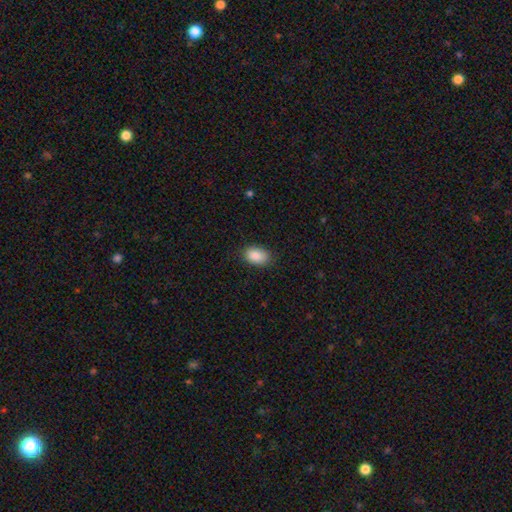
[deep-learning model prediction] A smooth galaxy with no disk features (89%) that is in between round and cigar-shaped (89%).

Vote fractions:
- Smooth or featured? smooth: 89% / star or artifact: 7% / featured or disk: 4%
- How rounded? in between: 89% / round: 10% / cigar-shaped: 1%
- Merging? none: 84% / minor disturbance: 12% / major disturbance: 3% / merger: 1%